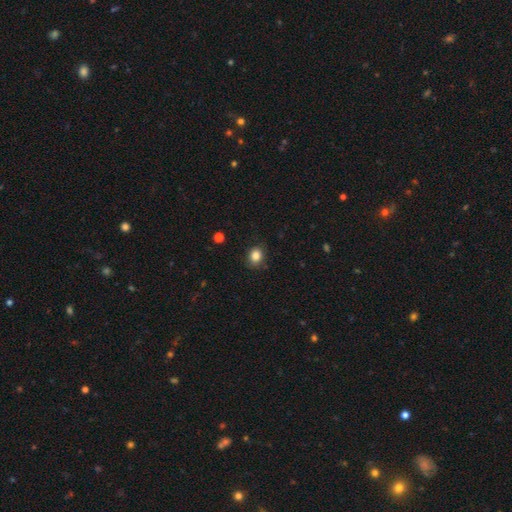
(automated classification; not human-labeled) smooth_or_featured: smooth (p=0.85) [alt: star or artifact p=0.10]
how_rounded: round (p=0.60) [alt: in between p=0.39]
merging: none (p=0.85) [alt: minor disturbance p=0.11]